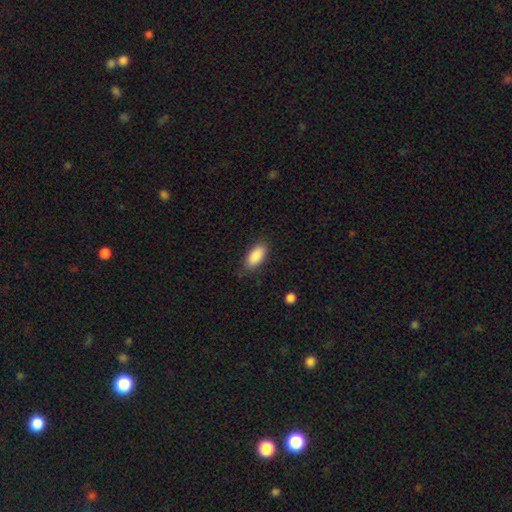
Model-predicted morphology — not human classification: Smooth or featured? smooth (88%)
How rounded? in between (89%)
Merging? none (81%)